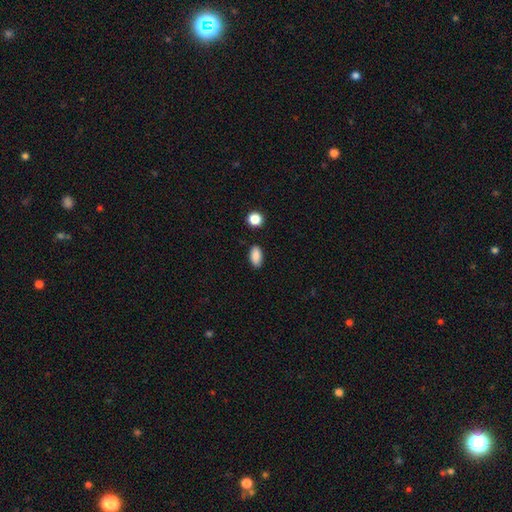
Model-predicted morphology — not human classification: Smooth or featured? smooth (88%)
How rounded? in between (91%)
Merging? none (84%)